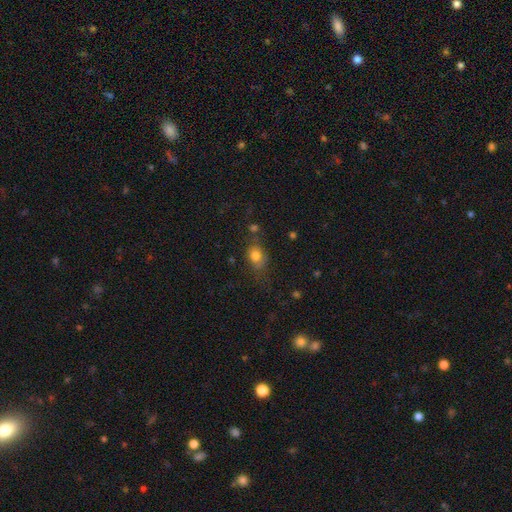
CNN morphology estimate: This is likely a smooth galaxy (77%). How rounded: possibly in between (56%). Merging: possibly none (55%).